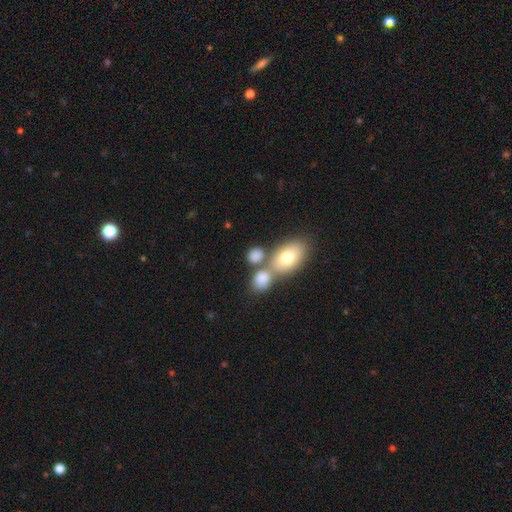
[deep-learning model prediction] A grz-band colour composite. It shows a smooth galaxy with no disk features (79%) that is in between round and cigar-shaped (56%). Merging: none (50%).